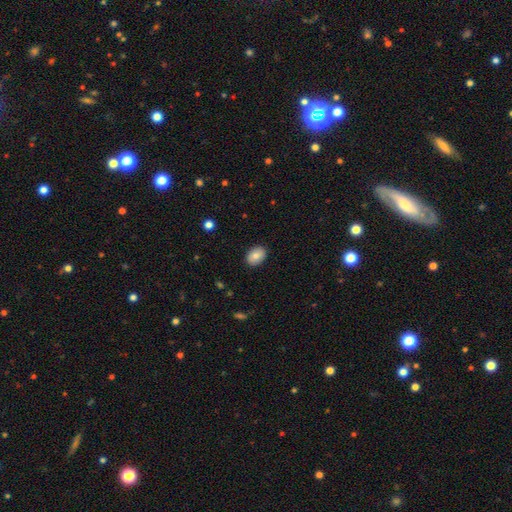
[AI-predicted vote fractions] smooth-or-featured: smooth: 81% | featured or disk: 11% | star or artifact: 8%
  how-rounded: in between: 73% | round: 26% | cigar-shaped: 1%
  merging: none: 88% | minor disturbance: 9% | major disturbance: 2% | merger: 1%